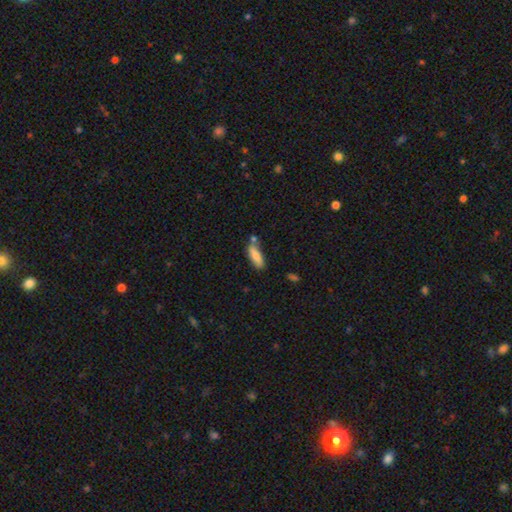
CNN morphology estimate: Smooth or featured: smooth — 82% (featured or disk — 11%)
How rounded: in between — 57% (cigar-shaped — 41%)
Merging: none — 64% (minor disturbance — 17%)